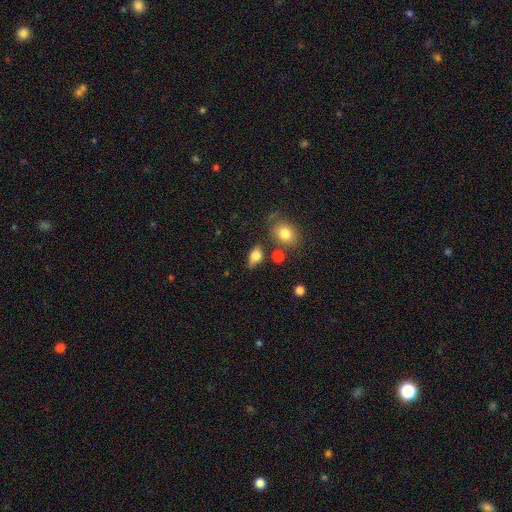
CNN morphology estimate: smooth 79%, featured or disk 11%, star or artifact 10%. Down the decision tree: how rounded — in between (81%); merging — none (62%).